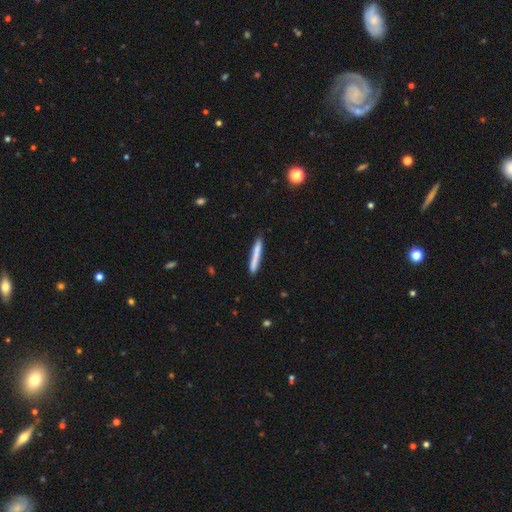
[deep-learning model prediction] smooth 72%, featured or disk 22%, star or artifact 6%. Down the decision tree: how rounded — cigar-shaped (96%); merging — none (86%).